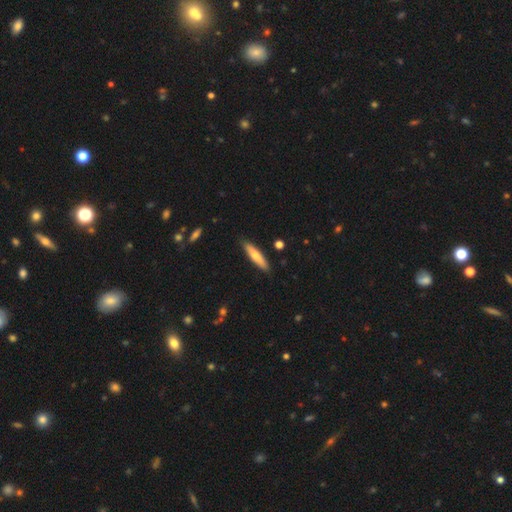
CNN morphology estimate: smooth_or_featured: smooth (p=0.65) [alt: featured or disk p=0.30]
how_rounded: cigar-shaped (p=0.84) [alt: in between p=0.15]
merging: none (p=0.88) [alt: minor disturbance p=0.09]